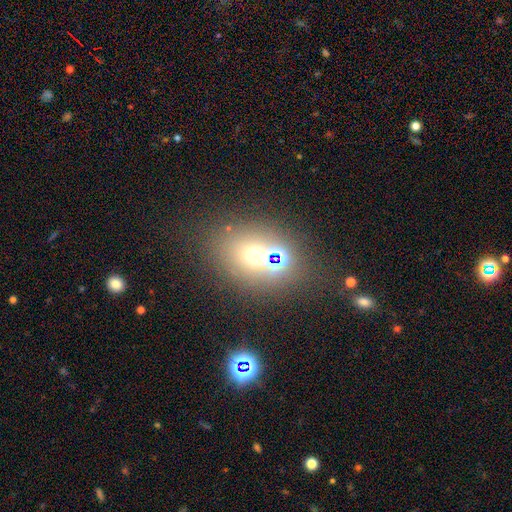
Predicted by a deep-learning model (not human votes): Smooth or featured? Predicted: smooth (p=0.54). How rounded? Predicted: round (p=0.66). Merging? Predicted: none (p=0.65).